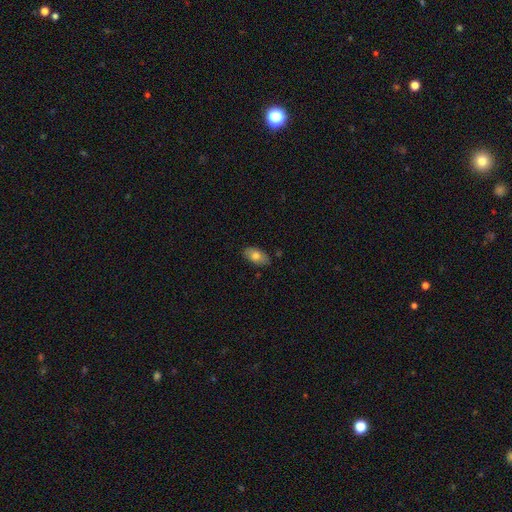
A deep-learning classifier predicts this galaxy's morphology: A smooth galaxy with no disk features (77%) that is in between round and cigar-shaped (92%).

Vote fractions:
- Smooth or featured? smooth: 77% / featured or disk: 16% / star or artifact: 7%
- How rounded? in between: 92% / round: 5% / cigar-shaped: 3%
- Merging? none: 83% / minor disturbance: 13% / major disturbance: 2% / merger: 2%